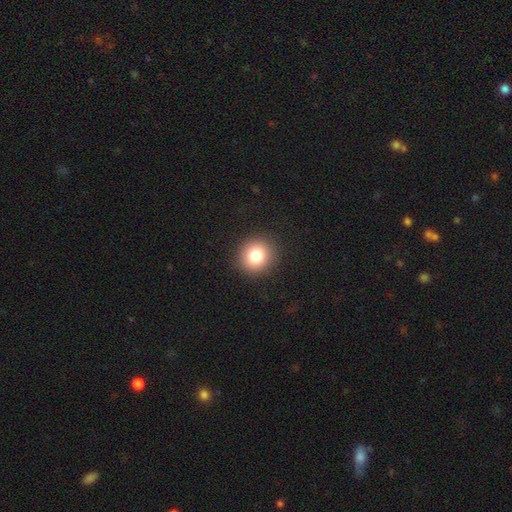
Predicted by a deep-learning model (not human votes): Smooth or featured: smooth — 80% (star or artifact — 11%)
How rounded: round — 91% (in between — 8%)
Merging: none — 91% (minor disturbance — 5%)